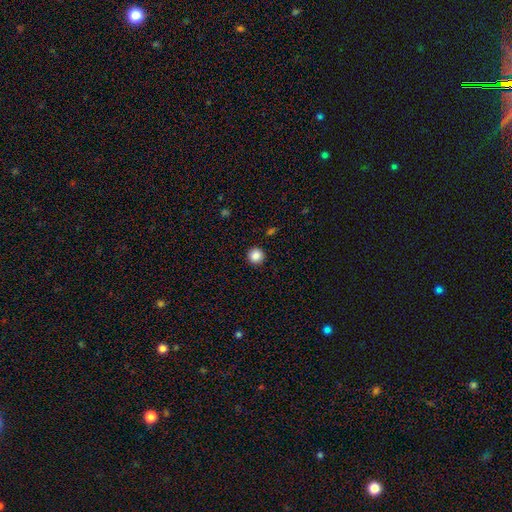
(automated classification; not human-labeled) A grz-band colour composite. It shows a smooth galaxy with no disk features (86%) that is round (95%). Merging: none (92%).